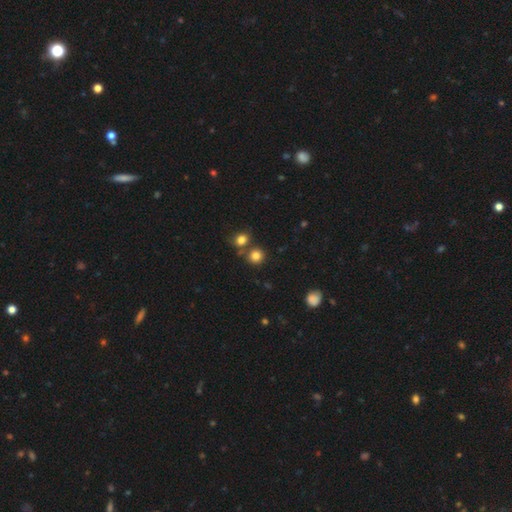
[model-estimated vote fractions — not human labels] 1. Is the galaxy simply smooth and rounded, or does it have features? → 82% smooth, 12% star or artifact, 6% featured or disk.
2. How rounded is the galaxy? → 88% round, 11% in between, 1% cigar-shaped.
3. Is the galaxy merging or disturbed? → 69% none, 20% merger, 8% minor disturbance, 3% major disturbance.